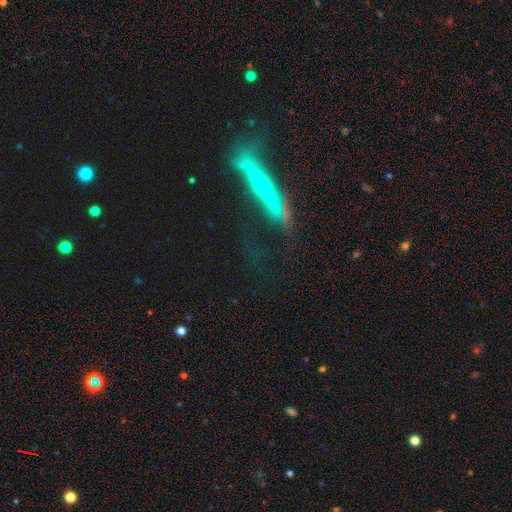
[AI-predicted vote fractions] featured or disk 67%, smooth 21%, star or artifact 12%. Down the decision tree: edge-on disk — yes (85%); edge-on bulge — rounded (77%); merging — none (59%).